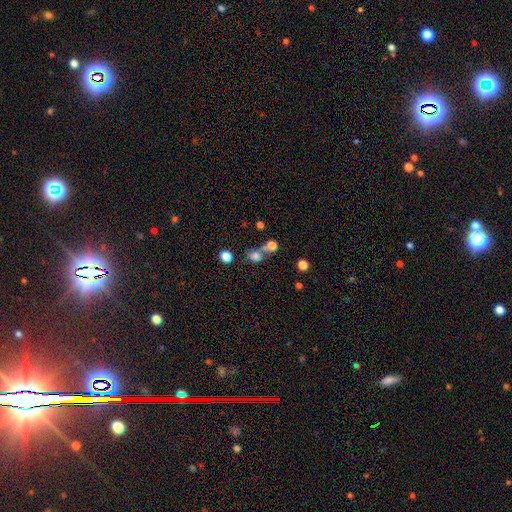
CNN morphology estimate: This appears to be a smooth galaxy with no disk features (75%) that is round (68%). Merging: merger (43%).